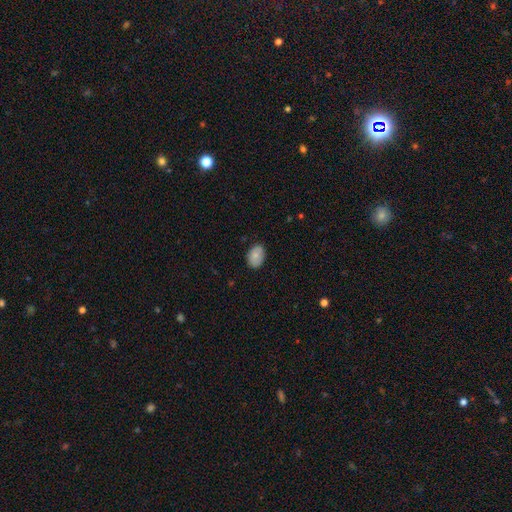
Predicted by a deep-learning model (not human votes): Smooth or featured? smooth (81%)
How rounded? in between (84%)
Merging? none (84%)